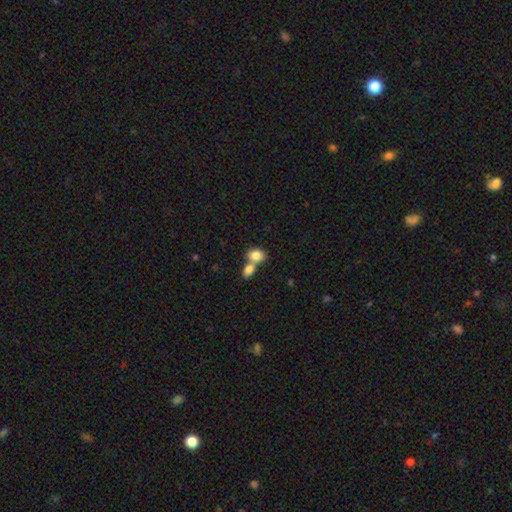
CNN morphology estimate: Smooth or featured?
  - smooth: 83% *
  - featured or disk: 9%
  - star or artifact: 8%
How rounded?
  - in between: 65% *
  - round: 34%
  - cigar-shaped: 1%
Merging?
  - merger: 60% *
  - none: 30%
  - minor disturbance: 7%
  - major disturbance: 3%